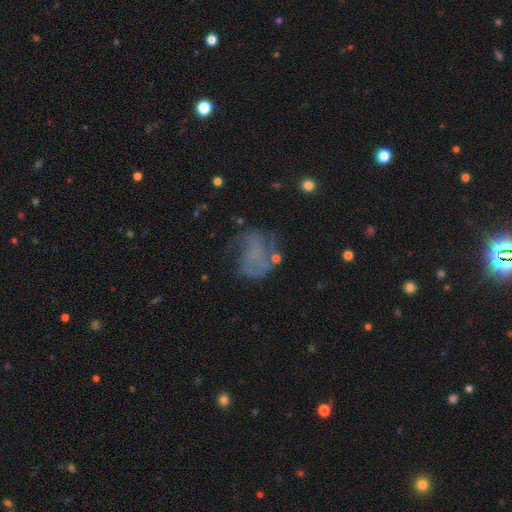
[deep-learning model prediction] Smooth or featured: featured or disk — 51% (smooth — 32%)
Edge-on disk: no — 98% (yes — 2%)
Merging: none — 40% (major disturbance — 31%)